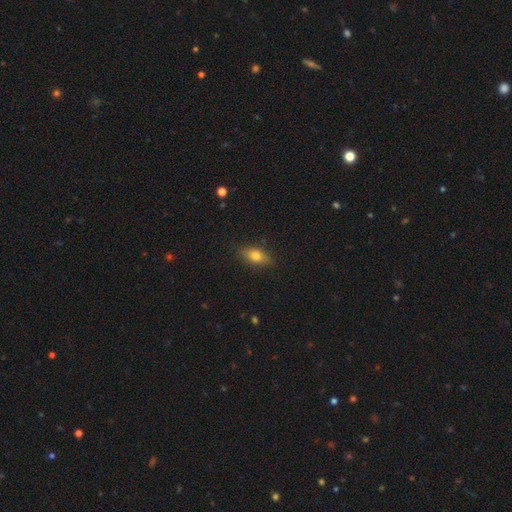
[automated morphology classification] This appears to be a smooth galaxy with no disk features (72%) that is in between round and cigar-shaped (78%). Merging: none (85%).